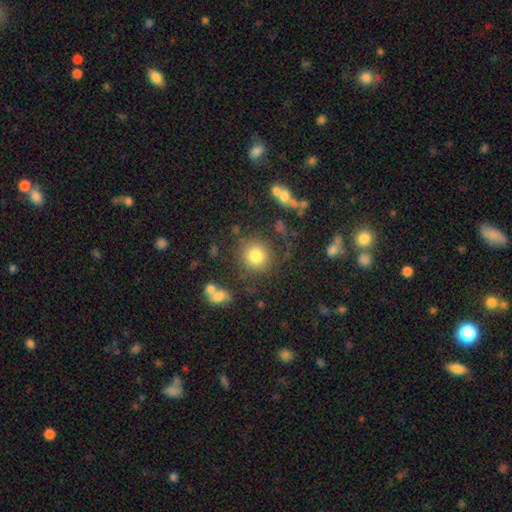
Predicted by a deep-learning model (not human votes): smooth-or-featured: smooth: 79% | star or artifact: 11% | featured or disk: 10%
  how-rounded: round: 90% | in between: 9% | cigar-shaped: 1%
  merging: none: 75% | minor disturbance: 12% | major disturbance: 8% | merger: 5%